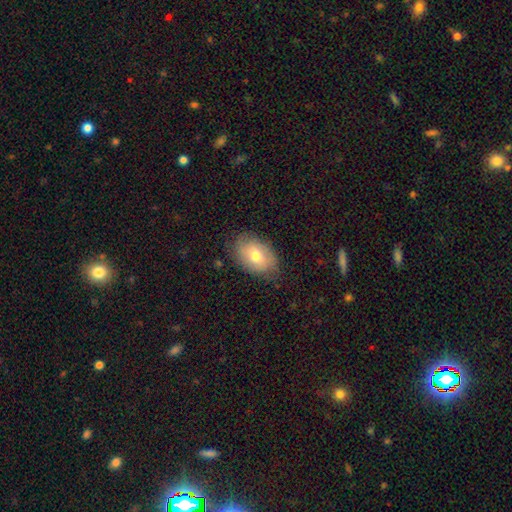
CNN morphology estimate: A smooth galaxy with no disk features (66%) that is in between round and cigar-shaped (85%). Merging: none (75%).